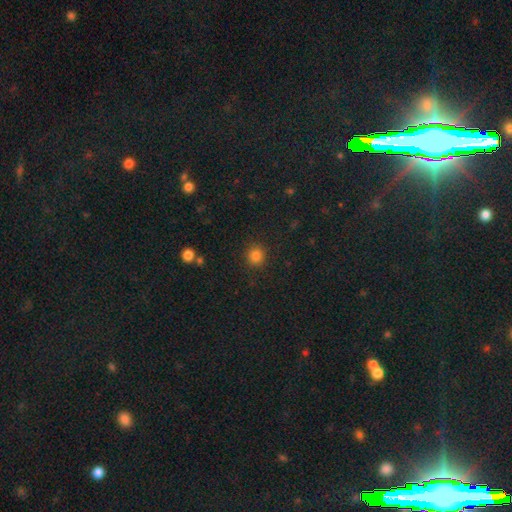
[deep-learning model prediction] This is clearly a smooth galaxy (83%). How rounded: clearly round (90%). Merging: clearly none (89%).